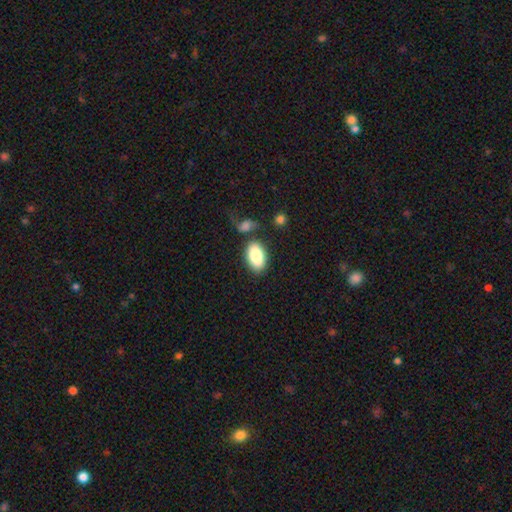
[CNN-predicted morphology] Overall: smooth (83%). How rounded: in between (92%). Merging: none (71%).